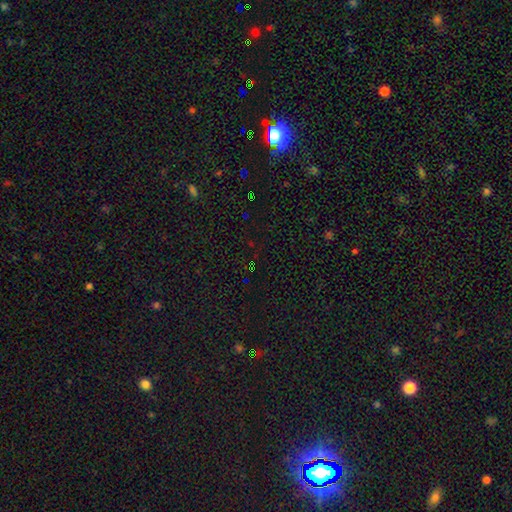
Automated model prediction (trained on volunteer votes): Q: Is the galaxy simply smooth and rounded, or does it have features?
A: star or artifact — 77%.